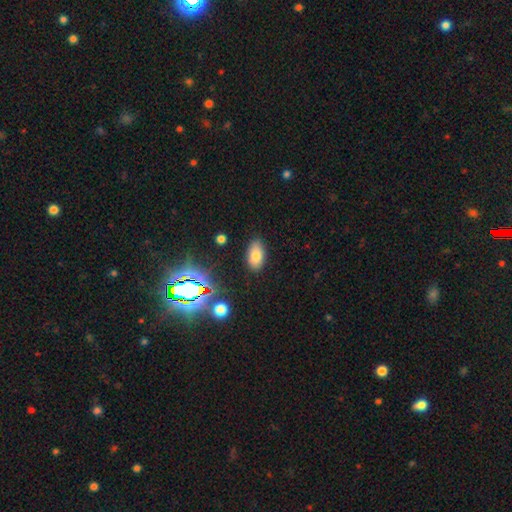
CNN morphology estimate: smooth 78%, star or artifact 13%, featured or disk 9%. Down the decision tree: how rounded — in between (92%); merging — none (84%).